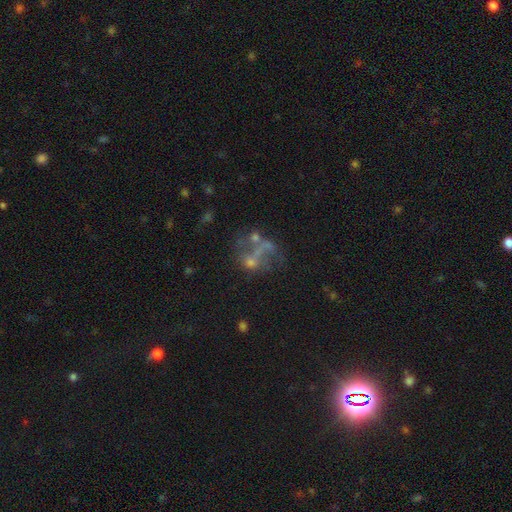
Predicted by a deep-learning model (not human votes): featured or disk 49%, star or artifact 26%, smooth 25%. Down the decision tree: merging — none (31%).